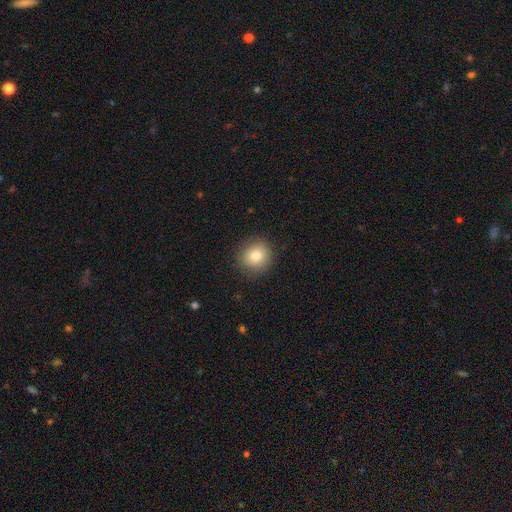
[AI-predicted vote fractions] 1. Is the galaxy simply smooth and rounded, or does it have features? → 81% smooth, 10% star or artifact, 9% featured or disk.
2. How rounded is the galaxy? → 86% round, 13% in between, 1% cigar-shaped.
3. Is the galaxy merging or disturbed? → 89% none, 8% minor disturbance, 2% major disturbance, 1% merger.